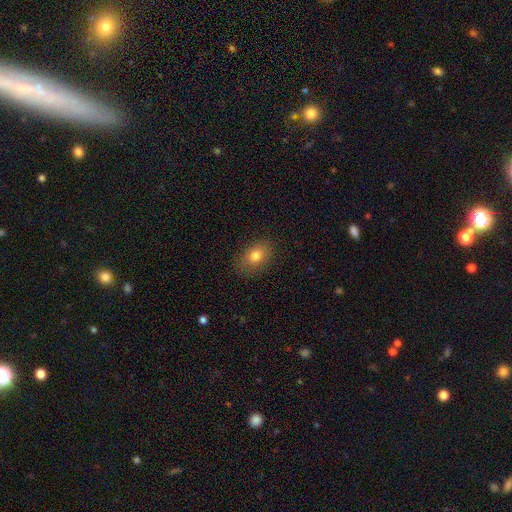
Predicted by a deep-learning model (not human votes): Overall: smooth (80%). How rounded: in between (75%). Merging: none (83%).